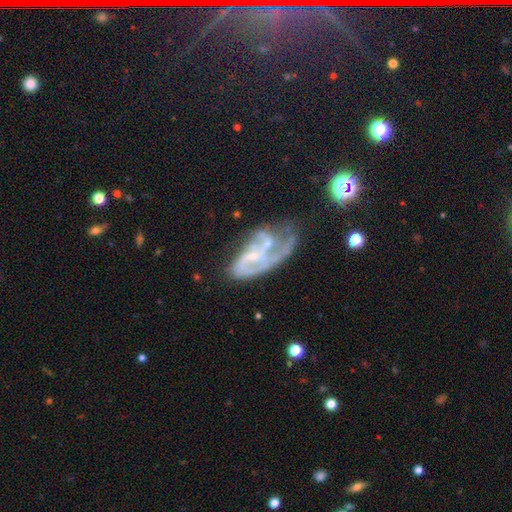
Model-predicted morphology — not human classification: This appears to be a featured or disk galaxy (82%) with no bar (56%), 2 (39%) medium (44%) spiral arms (85%) and a small central bulge (68%). Merging: major disturbance (35%).